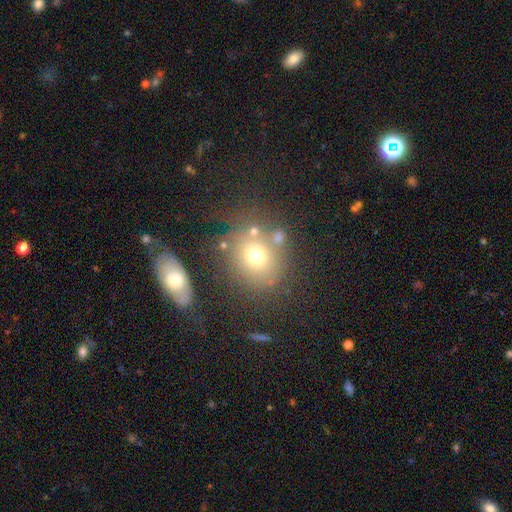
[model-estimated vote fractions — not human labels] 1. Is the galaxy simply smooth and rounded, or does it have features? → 69% smooth, 17% featured or disk, 14% star or artifact.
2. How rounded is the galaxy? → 71% round, 28% in between, 1% cigar-shaped.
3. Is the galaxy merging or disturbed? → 65% none, 15% merger, 13% minor disturbance, 7% major disturbance.